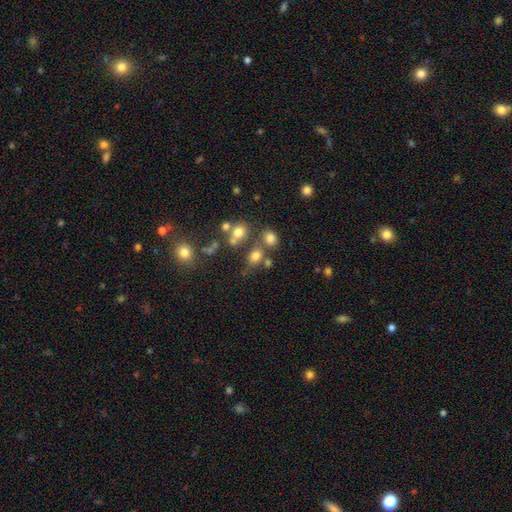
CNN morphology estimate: The model was most divided on "how rounded": in between: 54%, round: 44%, cigar-shaped: 2%. More confident: smooth or featured — smooth (71%); merging — none (54%).